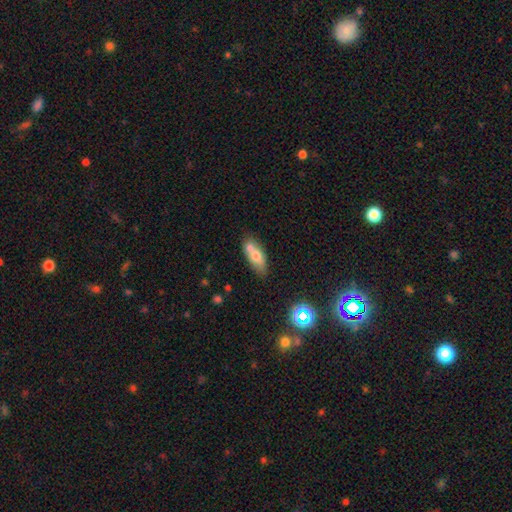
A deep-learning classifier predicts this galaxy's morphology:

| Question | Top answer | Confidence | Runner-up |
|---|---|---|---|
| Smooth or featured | smooth | 67% | featured or disk (24%) |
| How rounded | in between | 76% | cigar-shaped (17%) |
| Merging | none | 43% | merger (40%) |